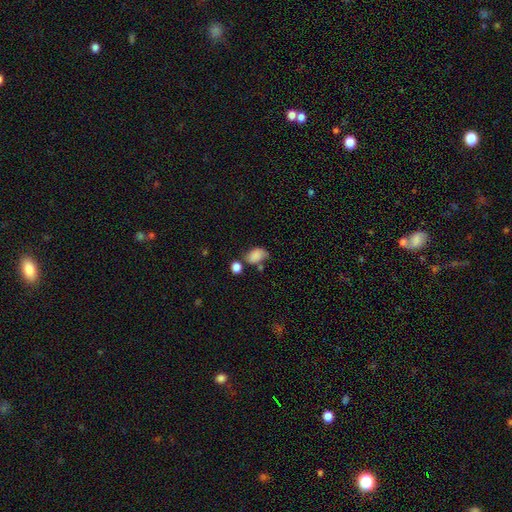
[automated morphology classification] This appears to be a smooth galaxy with no disk features (83%) that is in between round and cigar-shaped (84%). Merging: none (45%).